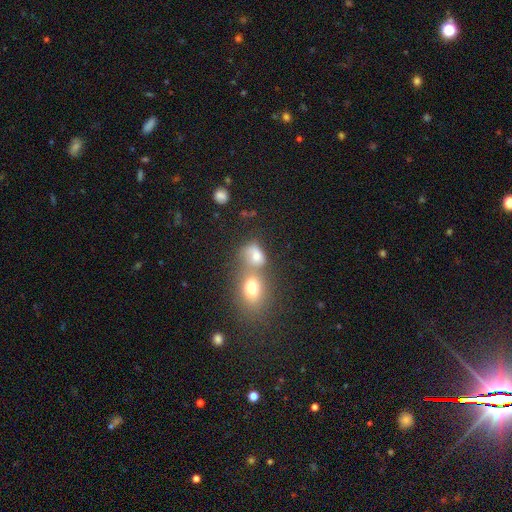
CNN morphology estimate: smooth 71%, star or artifact 15%, featured or disk 14%. Down the decision tree: how rounded — in between (60%); merging — merger (52%).